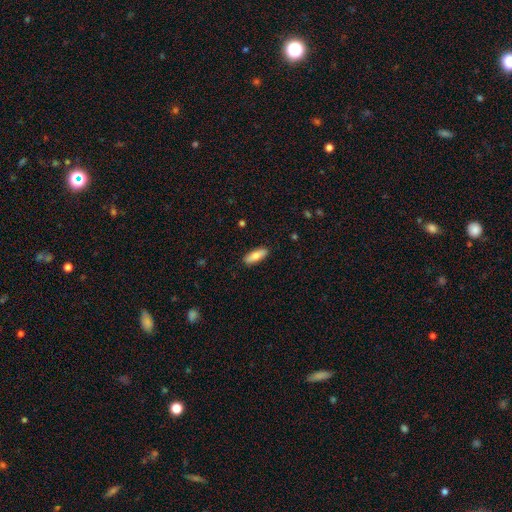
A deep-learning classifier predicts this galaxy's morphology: Smooth or featured? Predicted: smooth (p=0.79). How rounded? Predicted: in between (p=0.66). Merging? Predicted: none (p=0.89).